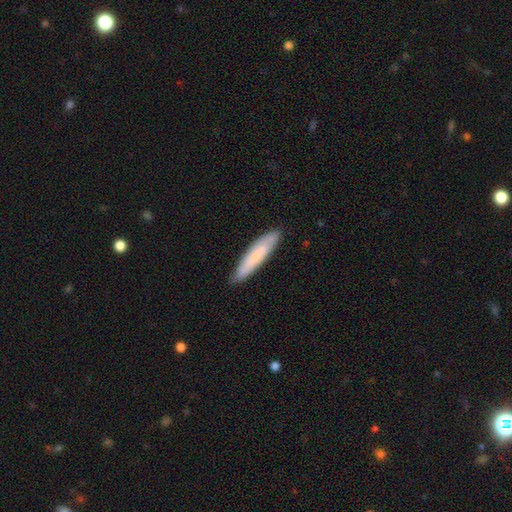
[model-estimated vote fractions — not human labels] smooth 72%, featured or disk 22%, star or artifact 6%. Down the decision tree: how rounded — cigar-shaped (86%); merging — none (87%).